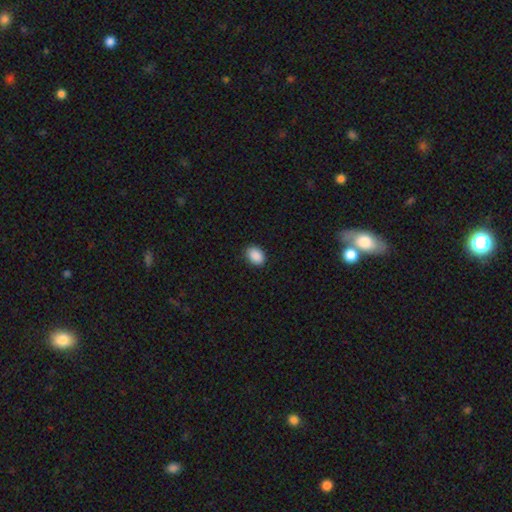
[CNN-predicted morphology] smooth 90%, star or artifact 7%, featured or disk 2%. Down the decision tree: how rounded — in between (80%); merging — none (88%).